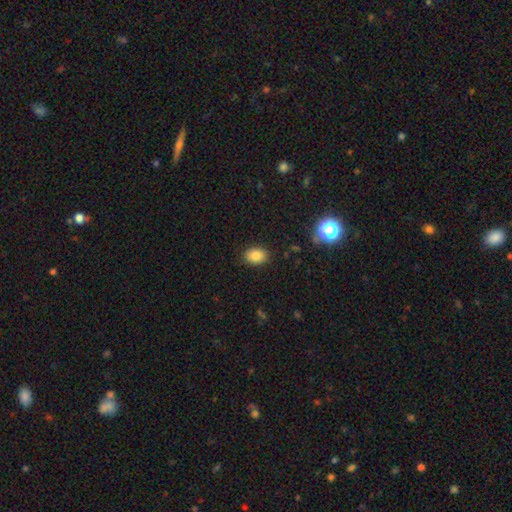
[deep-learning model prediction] smooth 83%, star or artifact 11%, featured or disk 6%. Down the decision tree: how rounded — in between (74%); merging — none (87%).